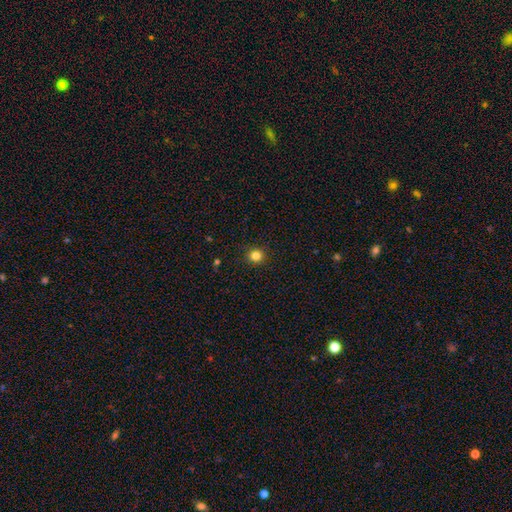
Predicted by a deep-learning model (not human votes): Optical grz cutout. It shows a smooth galaxy with no disk features (82%) that is round (93%). Merging: none (91%).